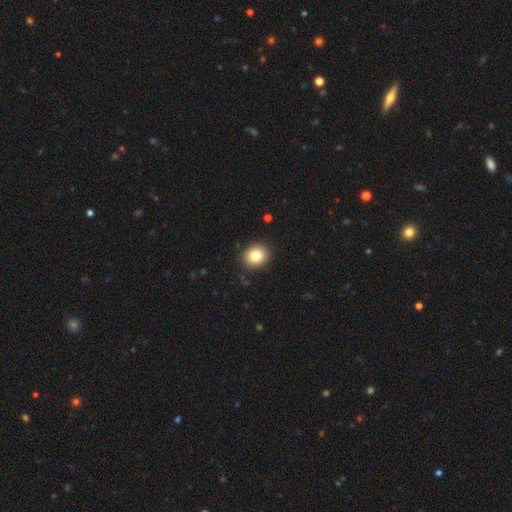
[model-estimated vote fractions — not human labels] smooth 82%, star or artifact 10%, featured or disk 8%. Down the decision tree: how rounded — round (70%); merging — none (90%).